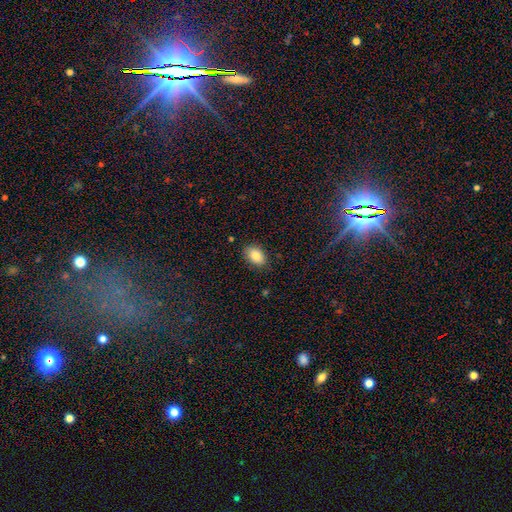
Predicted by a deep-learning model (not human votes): Smooth or featured: smooth — 86% (star or artifact — 8%)
How rounded: in between — 87% (round — 12%)
Merging: none — 86% (minor disturbance — 11%)